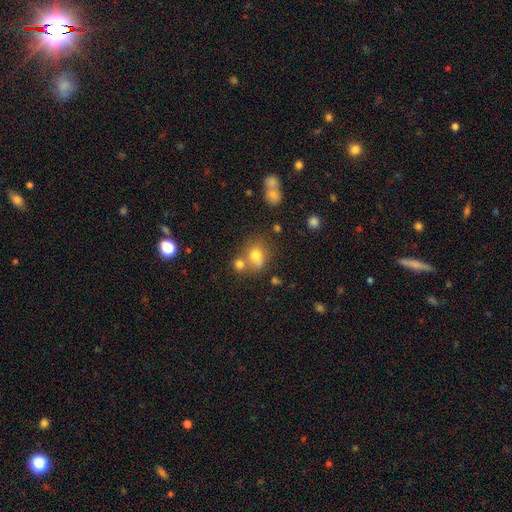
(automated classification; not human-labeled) This is likely a smooth galaxy (74%). How rounded: possibly round (58%). Merging: possibly none (48%).